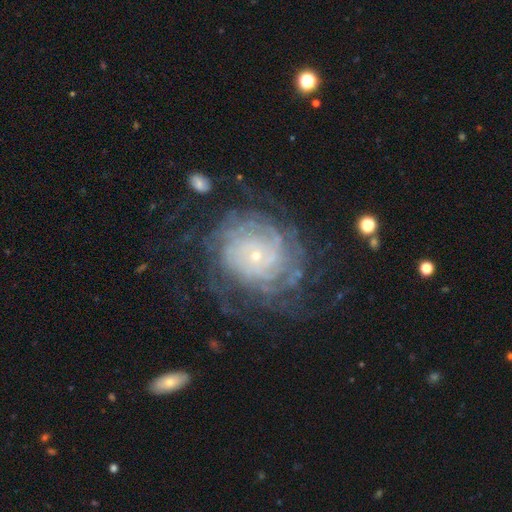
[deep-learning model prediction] Smooth or featured? Predicted: featured or disk (p=0.83). Edge-on disk? Predicted: no (p=0.97). Bar? Predicted: no (p=0.82). Spiral arms? Predicted: yes (p=0.94). Spiral winding? Predicted: tight (p=0.80). Spiral arm count? Predicted: can't tell (p=0.35). Bulge size? Predicted: small (p=0.86). Merging? Predicted: none (p=0.69).